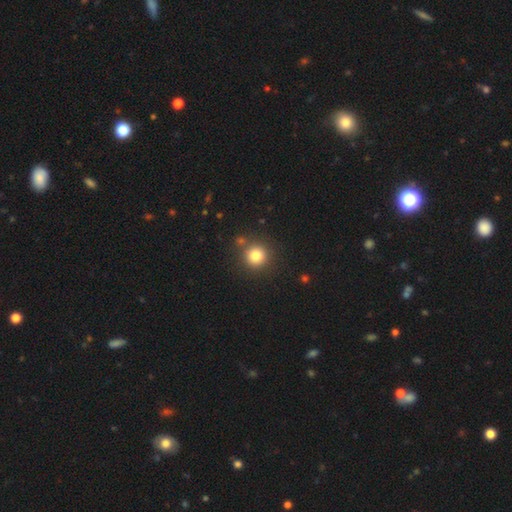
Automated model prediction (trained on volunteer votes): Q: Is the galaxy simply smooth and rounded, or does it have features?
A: smooth — 81%.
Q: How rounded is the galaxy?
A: round — 94%.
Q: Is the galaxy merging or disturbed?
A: none — 83%.